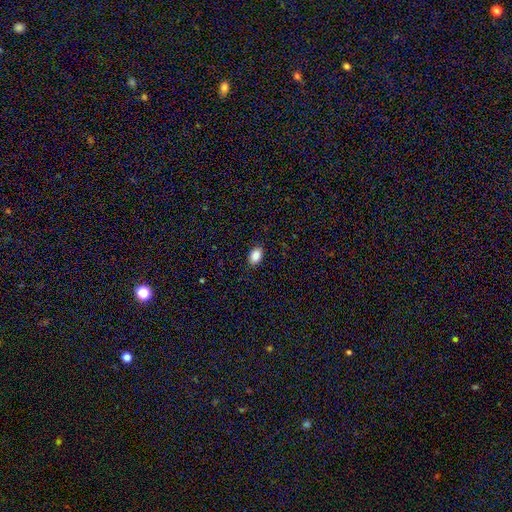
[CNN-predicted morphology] smooth 88%, star or artifact 8%, featured or disk 4%. Down the decision tree: how rounded — in between (88%); merging — none (88%).